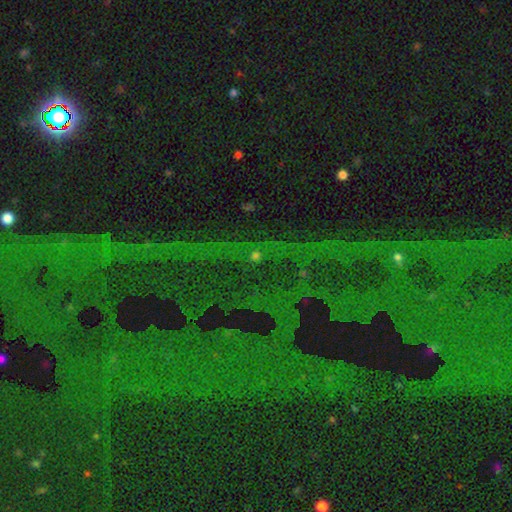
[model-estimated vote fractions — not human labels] A star or artifact, not a galaxy (59%).

Vote fractions:
- Smooth or featured? star or artifact: 59% / smooth: 31% / featured or disk: 10%